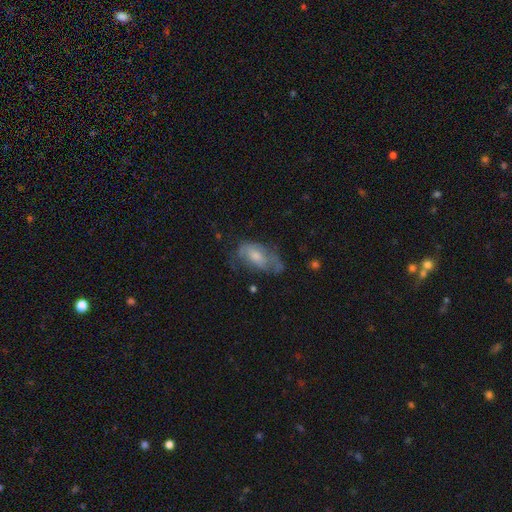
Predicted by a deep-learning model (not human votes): Smooth or featured? featured or disk (49%)
Merging? none (43%)